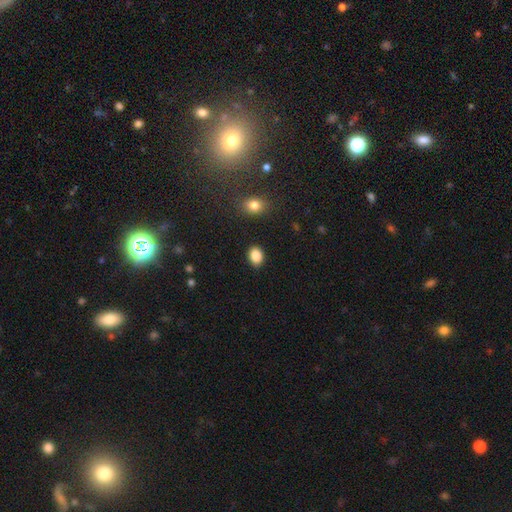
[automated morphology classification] A smooth galaxy with no disk features (87%) that is in between round and cigar-shaped (63%). Merging: none (89%).